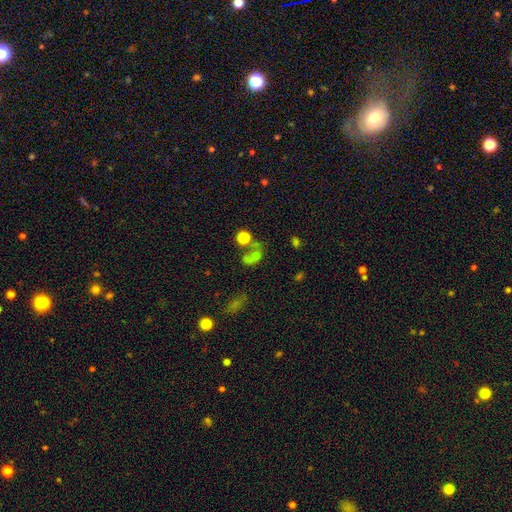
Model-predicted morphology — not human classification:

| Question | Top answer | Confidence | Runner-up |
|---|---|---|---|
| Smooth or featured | smooth | 62% | featured or disk (19%) |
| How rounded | round | 63% | in between (35%) |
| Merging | merger | 42% | none (30%) |